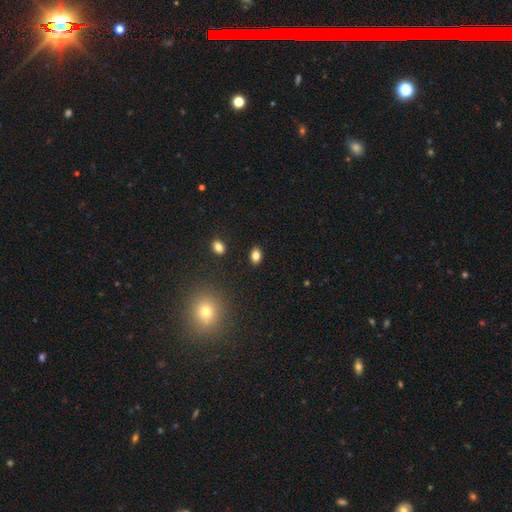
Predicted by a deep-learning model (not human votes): A smooth galaxy with no disk features (82%) that is in between round and cigar-shaped (82%). Merging: none (88%).